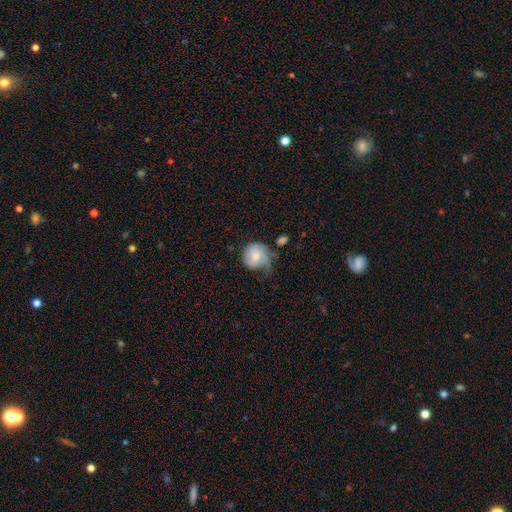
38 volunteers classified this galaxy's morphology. smooth-or-featured: smooth: 68% | featured or disk: 29% | star or artifact: 3%
  how-rounded: round: 81% | in between: 19% | cigar-shaped: 0%
  merging: minor disturbance: 46% | none: 32% | major disturbance: 16% | merger: 5%